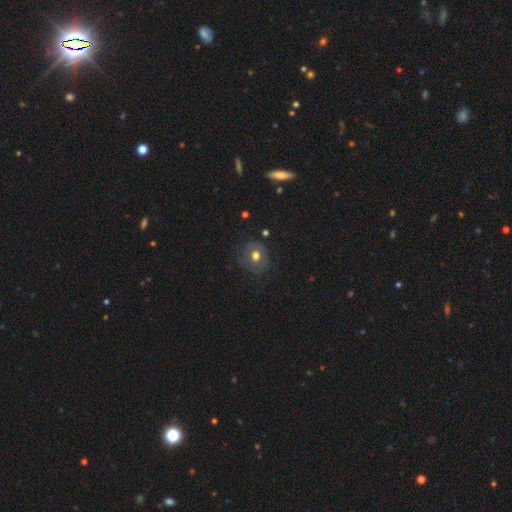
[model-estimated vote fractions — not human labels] smooth 58%, featured or disk 30%, star or artifact 12%. Down the decision tree: how rounded — round (78%); merging — none (73%).